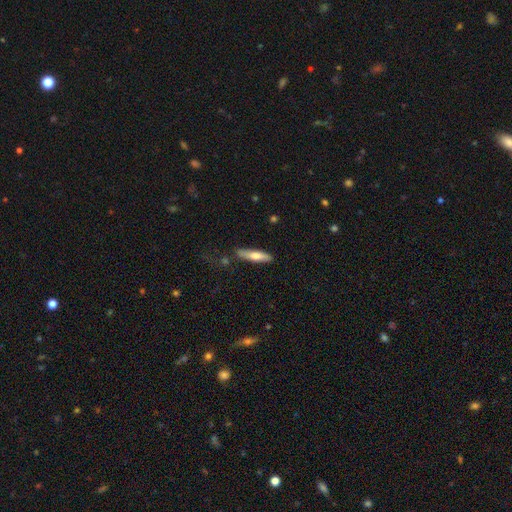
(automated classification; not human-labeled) This appears to be a smooth galaxy with no disk features (65%) that is cigar-shaped (78%). Merging: none (82%).